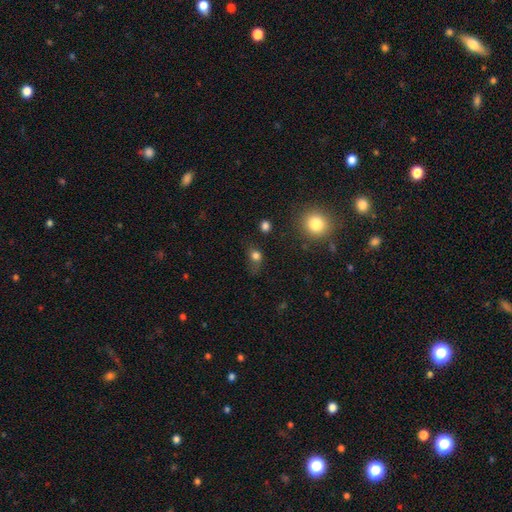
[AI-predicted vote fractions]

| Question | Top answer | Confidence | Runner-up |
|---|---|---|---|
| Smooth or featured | smooth | 75% | star or artifact (16%) |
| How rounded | round | 57% | in between (41%) |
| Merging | none | 47% | minor disturbance (26%) |